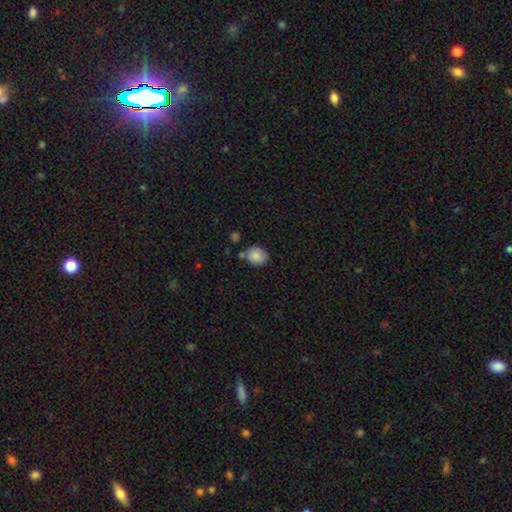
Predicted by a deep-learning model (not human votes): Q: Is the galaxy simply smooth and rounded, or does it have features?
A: smooth — 86%.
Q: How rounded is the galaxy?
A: in between — 50%.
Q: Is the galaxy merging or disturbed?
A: none — 68%.